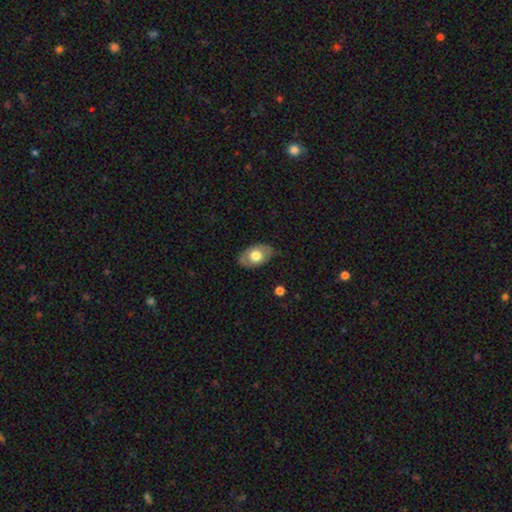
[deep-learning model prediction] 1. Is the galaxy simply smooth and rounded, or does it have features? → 60% smooth, 34% featured or disk, 6% star or artifact.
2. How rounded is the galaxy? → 87% in between, 12% round, 1% cigar-shaped.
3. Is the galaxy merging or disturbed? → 79% none, 16% minor disturbance, 4% major disturbance, 1% merger.